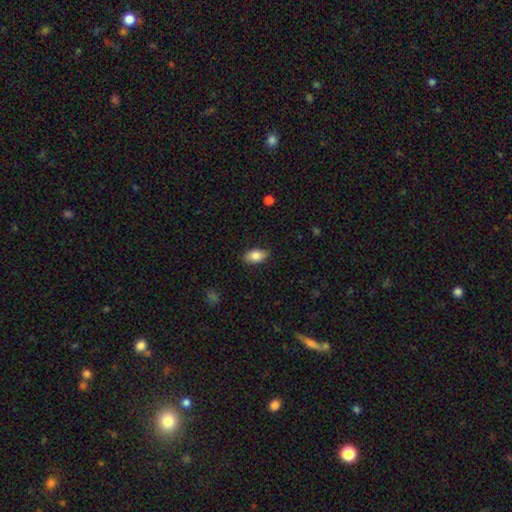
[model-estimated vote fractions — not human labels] Morphology: type=smooth (83%); roundness=in between (90%); merging=none (85%).